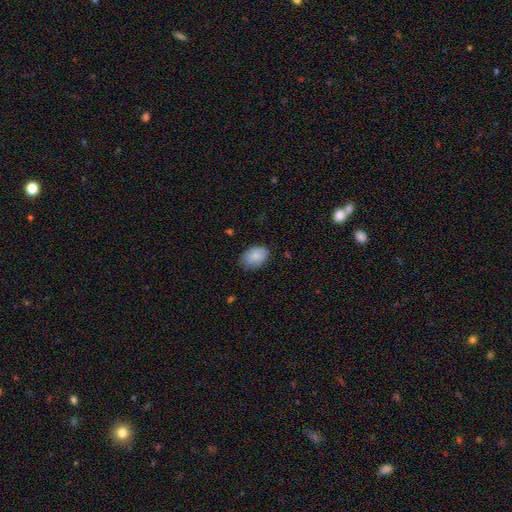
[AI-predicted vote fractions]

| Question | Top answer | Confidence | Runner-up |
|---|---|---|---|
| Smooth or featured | smooth | 85% | featured or disk (8%) |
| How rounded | in between | 84% | round (15%) |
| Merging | none | 78% | minor disturbance (18%) |